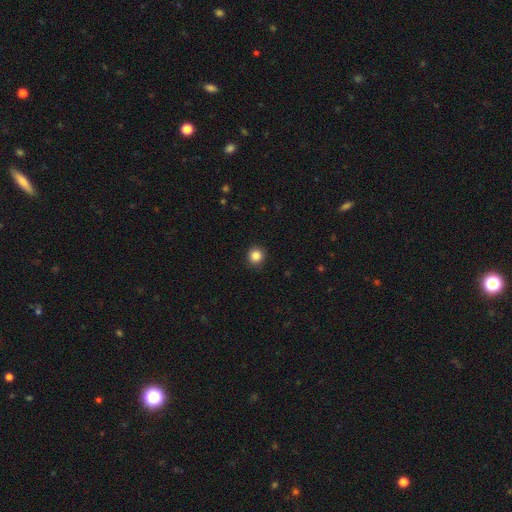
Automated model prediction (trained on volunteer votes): Q: Smooth or featured?
A: smooth (86%); runner-up: star or artifact (11%)
Q: How rounded?
A: round (93%); runner-up: in between (6%)
Q: Merging?
A: none (92%); runner-up: minor disturbance (6%)